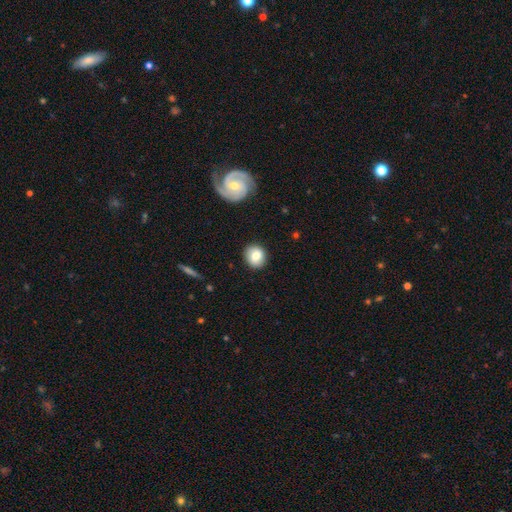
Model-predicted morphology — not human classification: A smooth galaxy with no disk features (78%) that is round (81%). Merging: none (88%).